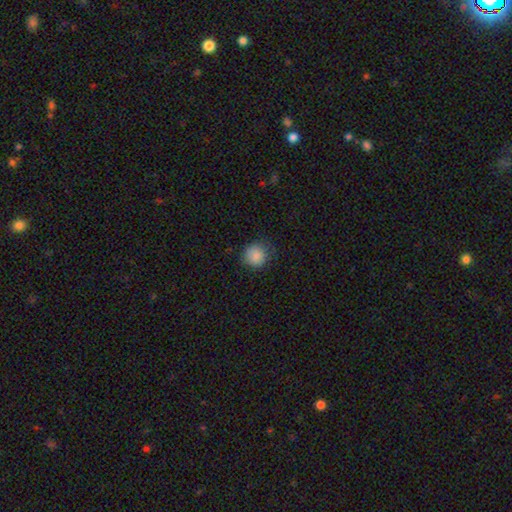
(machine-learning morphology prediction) smooth_or_featured: smooth (p=0.87) [alt: star or artifact p=0.09]
how_rounded: round (p=0.91) [alt: in between p=0.09]
merging: none (p=0.80) [alt: minor disturbance p=0.15]